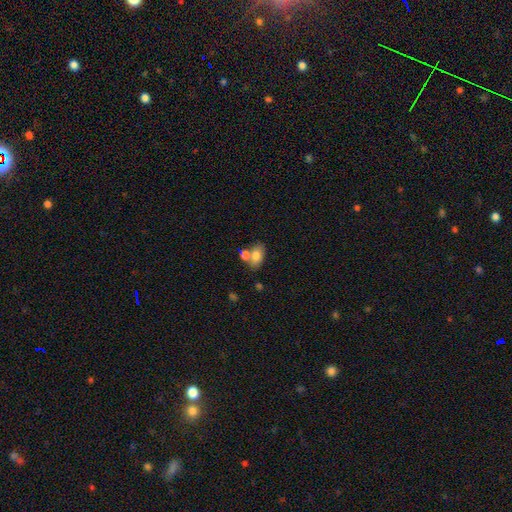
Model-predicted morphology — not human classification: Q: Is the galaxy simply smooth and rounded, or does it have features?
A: smooth — 77%.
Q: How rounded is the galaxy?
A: in between — 87%.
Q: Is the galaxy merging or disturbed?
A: none — 49%.